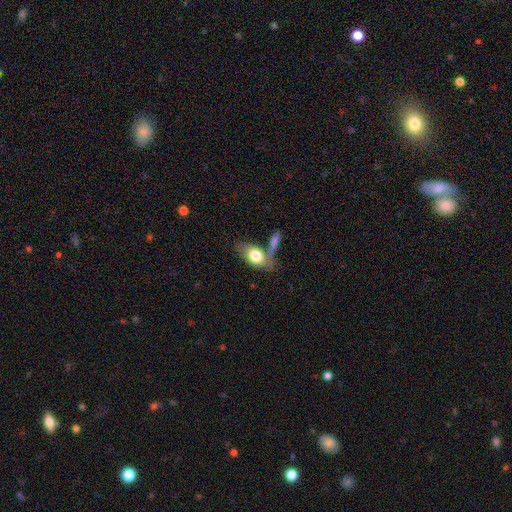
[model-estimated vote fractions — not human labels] A smooth galaxy with no disk features (74%) that is in between round and cigar-shaped (88%).

Vote fractions:
- Smooth or featured? smooth: 74% / featured or disk: 20% / star or artifact: 6%
- How rounded? in between: 88% / round: 8% / cigar-shaped: 4%
- Merging? none: 43% / merger: 32% / minor disturbance: 16% / major disturbance: 9%